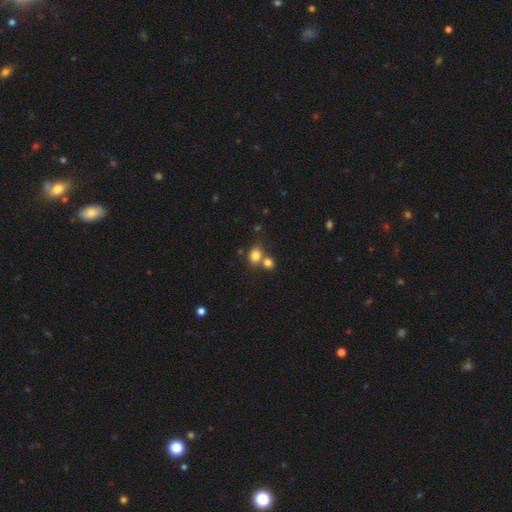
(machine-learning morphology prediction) This appears to be a smooth galaxy with no disk features (80%) that is round (66%). Merging: none (48%).